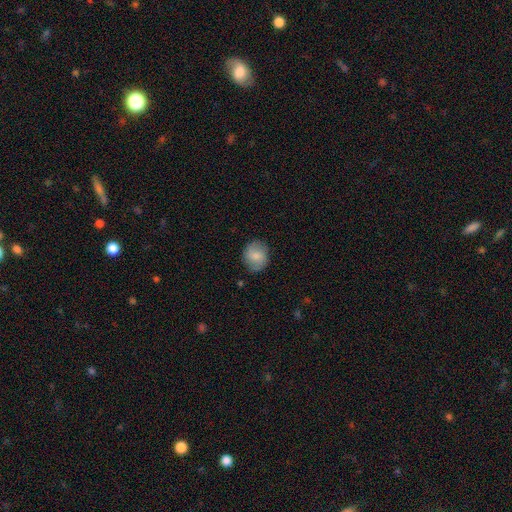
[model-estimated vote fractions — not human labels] A smooth galaxy with no disk features (73%) that is round (73%). Merging: none (81%).